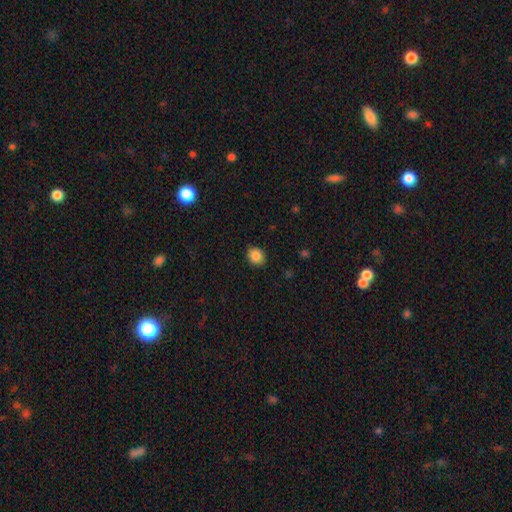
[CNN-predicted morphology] Smooth or featured? smooth (87%)
How rounded? round (66%)
Merging? none (86%)